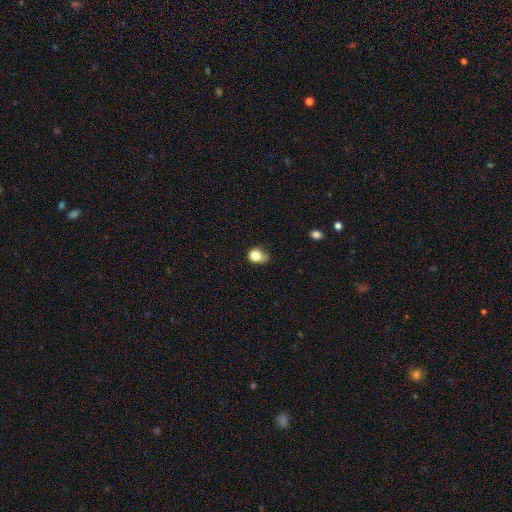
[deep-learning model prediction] smooth 81%, star or artifact 10%, featured or disk 9%. Down the decision tree: how rounded — round (56%); merging — minor disturbance (44%).